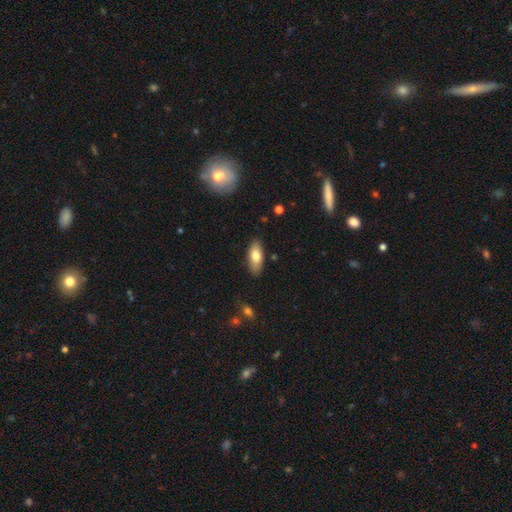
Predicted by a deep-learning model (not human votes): Smooth or featured? smooth (77%)
How rounded? in between (79%)
Merging? none (84%)